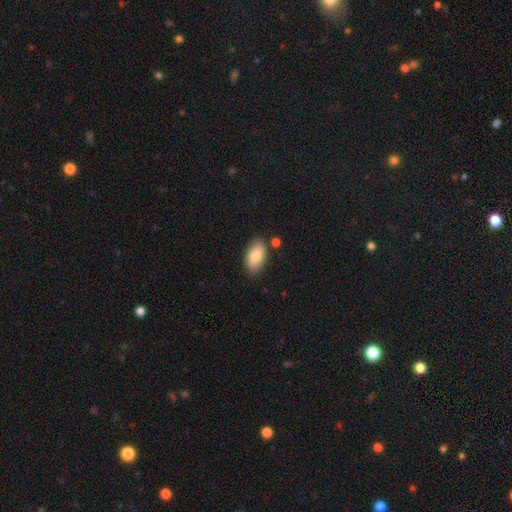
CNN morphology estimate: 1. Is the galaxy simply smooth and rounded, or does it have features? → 83% smooth, 11% featured or disk, 6% star or artifact.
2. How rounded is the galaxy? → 94% in between, 4% round, 2% cigar-shaped.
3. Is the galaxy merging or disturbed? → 80% none, 13% minor disturbance, 4% merger, 3% major disturbance.